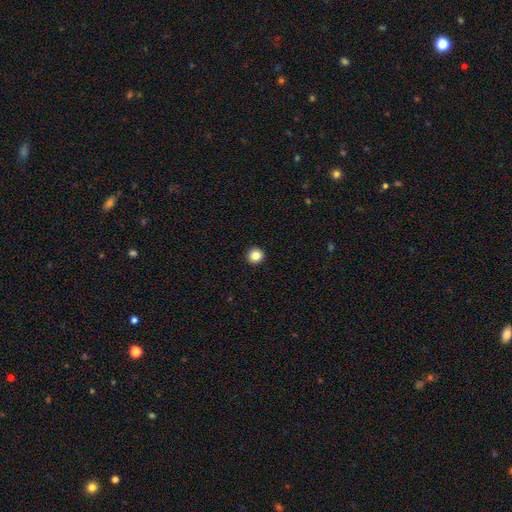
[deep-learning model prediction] This is clearly a smooth galaxy (84%). How rounded: clearly round (93%). Merging: clearly none (94%).